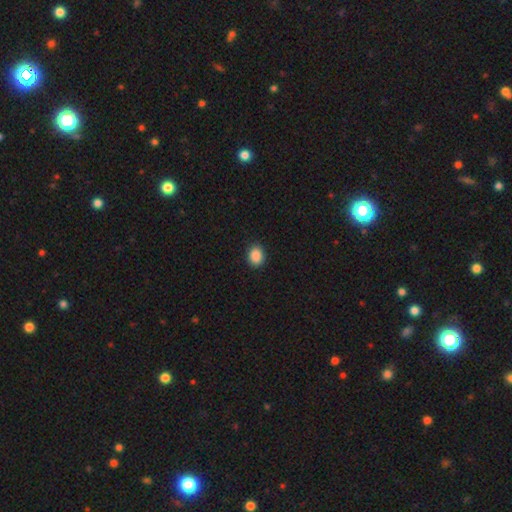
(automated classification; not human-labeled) The model was most divided on "how rounded": round: 51%, in between: 48%, cigar-shaped: 1%. More confident: merging — none (90%); smooth or featured — smooth (89%).